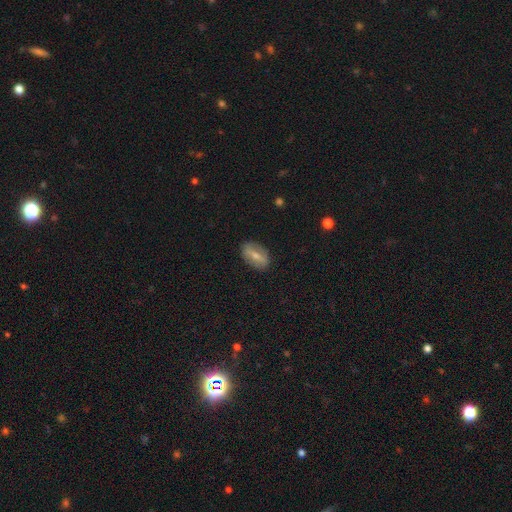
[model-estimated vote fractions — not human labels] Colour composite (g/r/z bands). It shows a featured or disk galaxy (47%). Merging: none (84%).